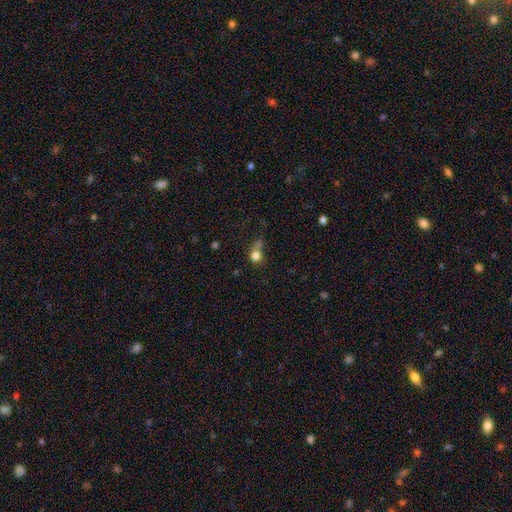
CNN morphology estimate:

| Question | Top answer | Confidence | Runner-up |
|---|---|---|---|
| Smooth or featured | smooth | 78% | star or artifact (13%) |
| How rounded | round | 73% | in between (25%) |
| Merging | none | 39% | minor disturbance (23%) |